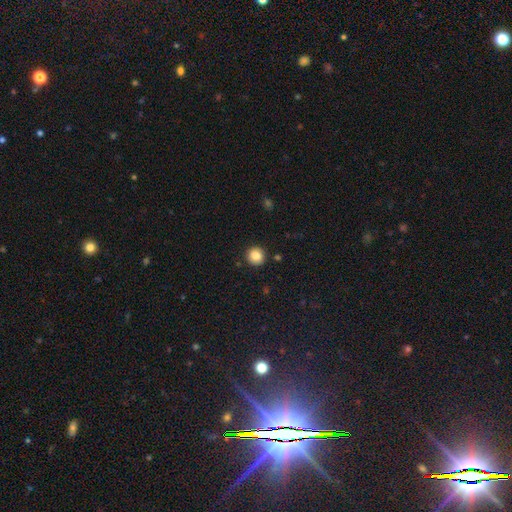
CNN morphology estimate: smooth-or-featured: smooth: 83% | star or artifact: 10% | featured or disk: 7%
  how-rounded: round: 92% | in between: 7% | cigar-shaped: 1%
  merging: none: 91% | minor disturbance: 6% | major disturbance: 2% | merger: 1%